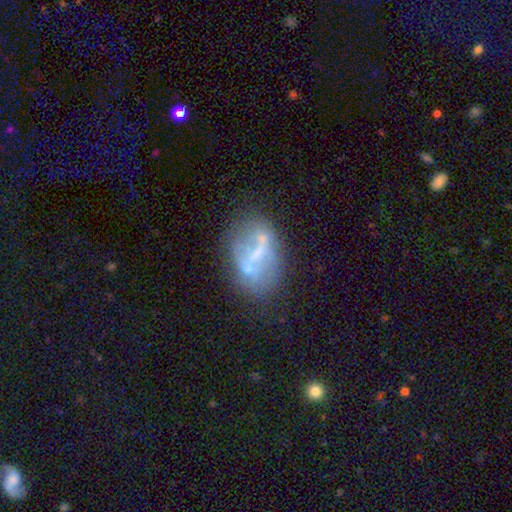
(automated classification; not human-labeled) Smooth or featured?
  - featured or disk: 59% *
  - smooth: 30%
  - star or artifact: 12%
Edge-on disk?
  - no: 95% *
  - yes: 5%
Bar?
  - no: 47% *
  - weak: 29%
  - strong: 24%
Spiral arms?
  - no: 82% *
  - yes: 18%
Bulge size?
  - none: 45% *
  - small: 31%
  - moderate: 20%
  - large: 3%
  - dominant: 1%
Merging?
  - none: 50% *
  - minor disturbance: 21%
  - major disturbance: 15%
  - merger: 14%